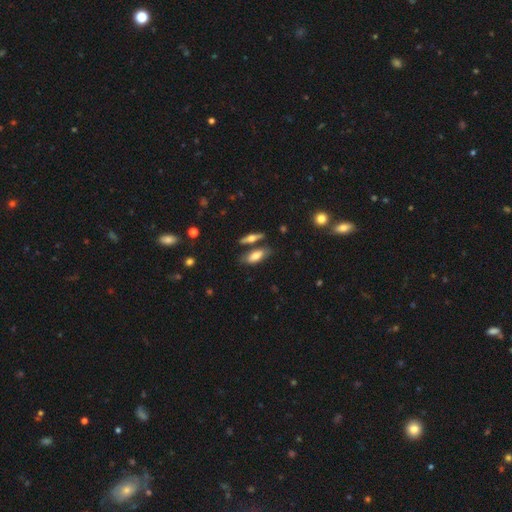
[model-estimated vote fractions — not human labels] smooth 70%, featured or disk 23%, star or artifact 7%. Down the decision tree: how rounded — in between (72%); merging — none (65%).